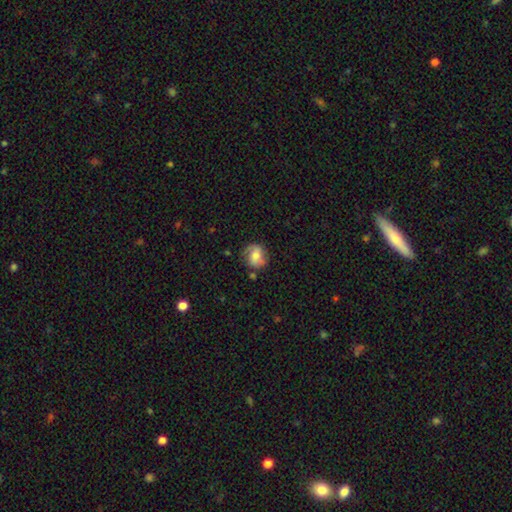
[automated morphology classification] This is possibly a featured or disk galaxy (50%). Merging: likely none (70%).